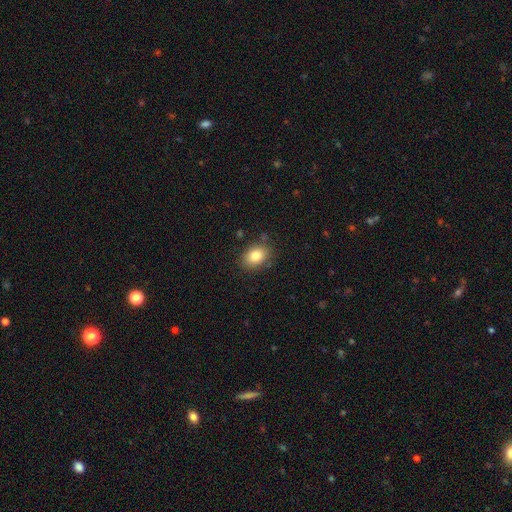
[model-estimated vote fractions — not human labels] Smooth or featured? Predicted: smooth (p=0.83). How rounded? Predicted: in between (p=0.68). Merging? Predicted: none (p=0.83).